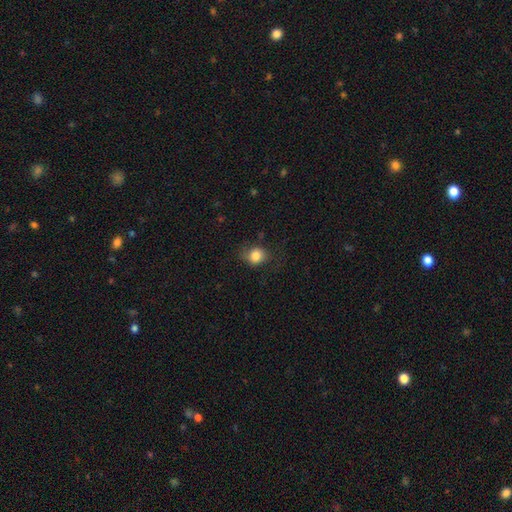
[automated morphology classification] Smooth or featured: smooth — 82% (star or artifact — 10%)
How rounded: round — 66% (in between — 33%)
Merging: none — 67% (minor disturbance — 22%)